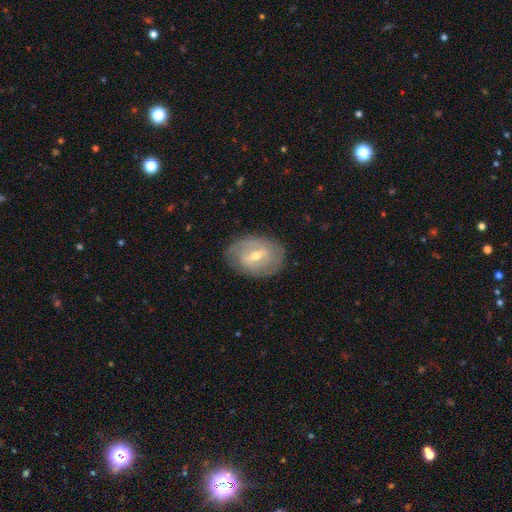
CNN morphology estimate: Smooth or featured? featured or disk (71%)
Edge-on disk? no (93%)
Bar? weak (49%)
Spiral arms? yes (72%)
Bulge size? moderate (56%)
Merging? none (79%)